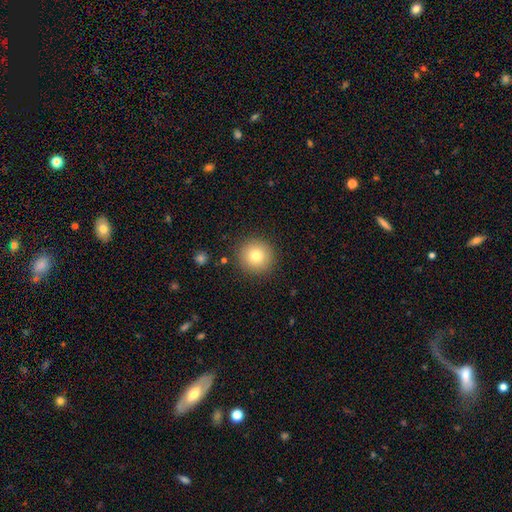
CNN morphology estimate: This is likely a smooth galaxy (78%). How rounded: clearly round (95%). Merging: clearly none (90%).